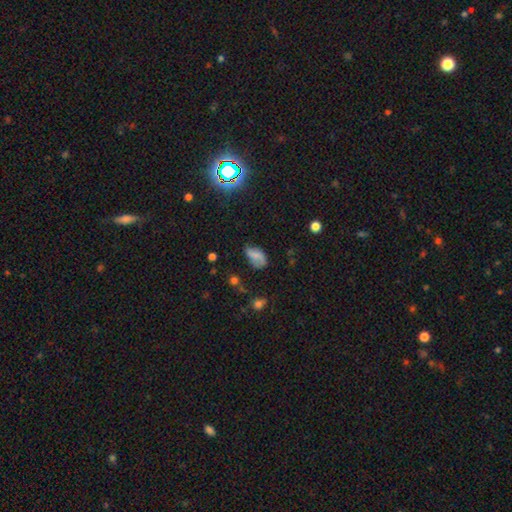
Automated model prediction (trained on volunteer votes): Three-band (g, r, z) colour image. It shows a smooth galaxy with no disk features (60%) that is in between round and cigar-shaped (88%). Merging: none (49%).